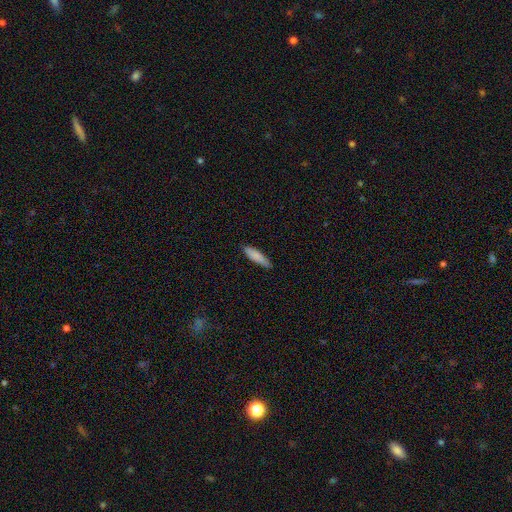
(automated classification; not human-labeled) This is clearly a smooth galaxy (84%). How rounded: likely cigar-shaped (70%). Merging: clearly none (83%).